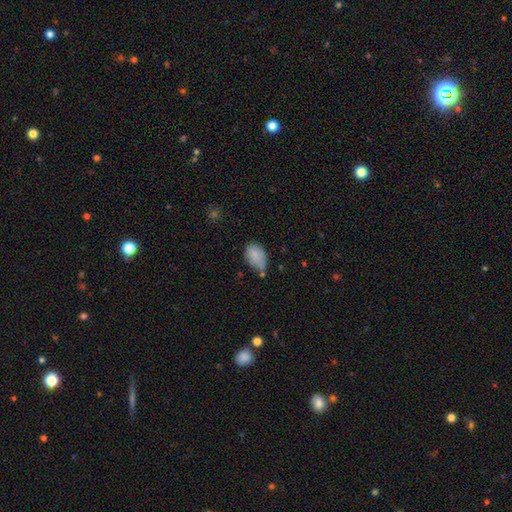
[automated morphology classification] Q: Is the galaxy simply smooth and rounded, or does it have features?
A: smooth — 81%.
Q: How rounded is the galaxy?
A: in between — 82%.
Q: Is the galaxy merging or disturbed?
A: none — 44%.